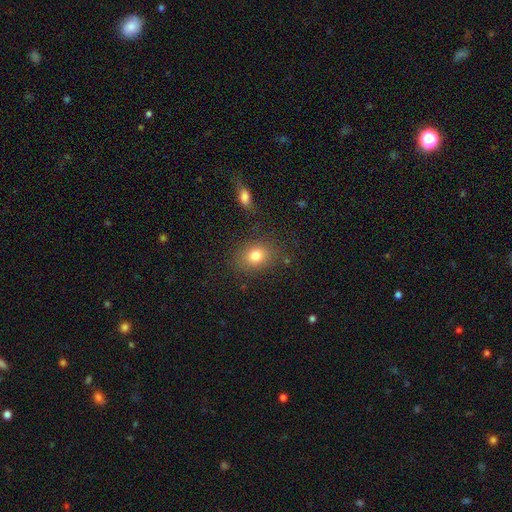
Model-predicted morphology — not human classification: Overall: smooth (80%). How rounded: in between (50%; round 49%). Merging: none (81%).